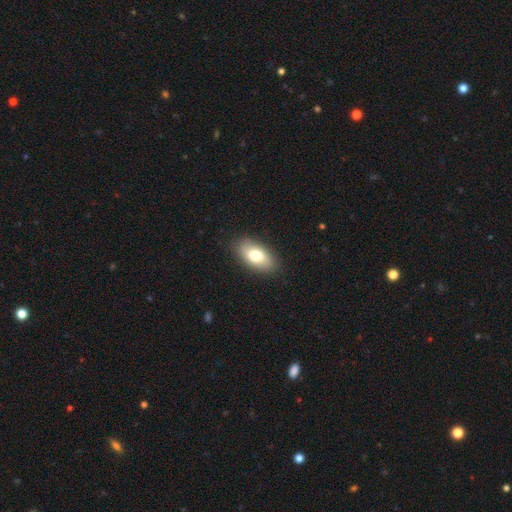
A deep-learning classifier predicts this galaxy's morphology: smooth_or_featured: smooth (p=0.76) [alt: featured or disk p=0.17]
how_rounded: in between (p=0.92) [alt: round p=0.04]
merging: none (p=0.87) [alt: minor disturbance p=0.09]